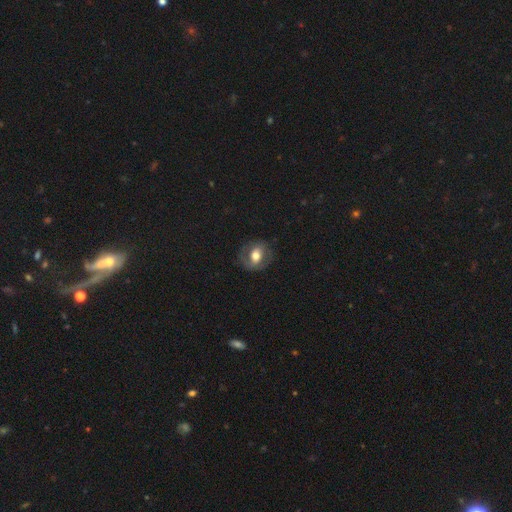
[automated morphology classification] This appears to be a smooth galaxy with no disk features (49%). Merging: none (74%).